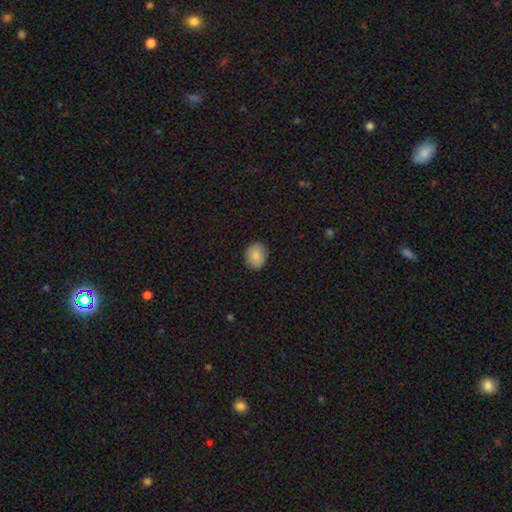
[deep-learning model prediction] This is clearly a smooth galaxy (82%). How rounded: likely round (65%). Merging: clearly none (84%).